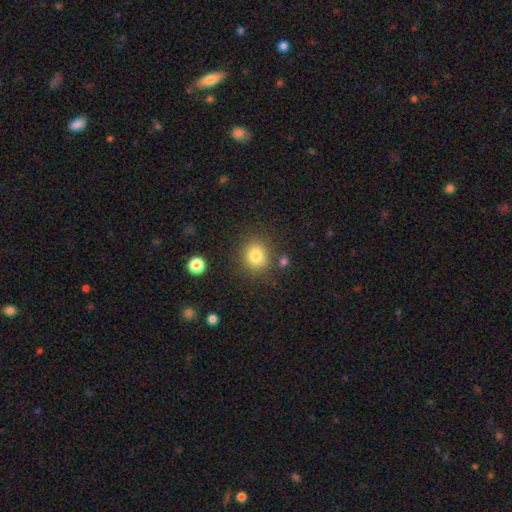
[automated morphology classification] Q: Smooth or featured?
A: smooth (82%); runner-up: star or artifact (11%)
Q: How rounded?
A: round (79%); runner-up: in between (20%)
Q: Merging?
A: none (79%); runner-up: minor disturbance (11%)